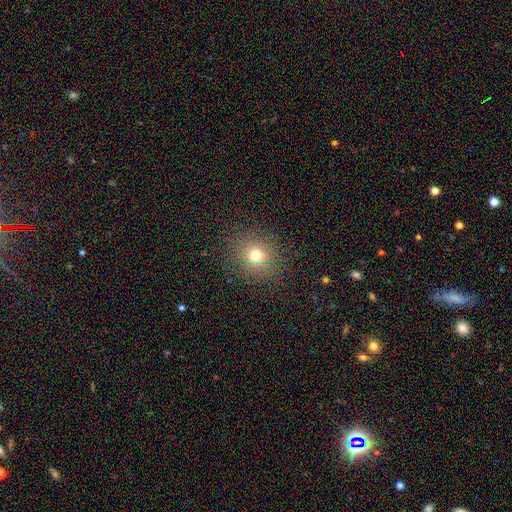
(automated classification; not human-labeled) This appears to be a smooth galaxy with no disk features (71%) that is round (79%). Merging: none (86%).